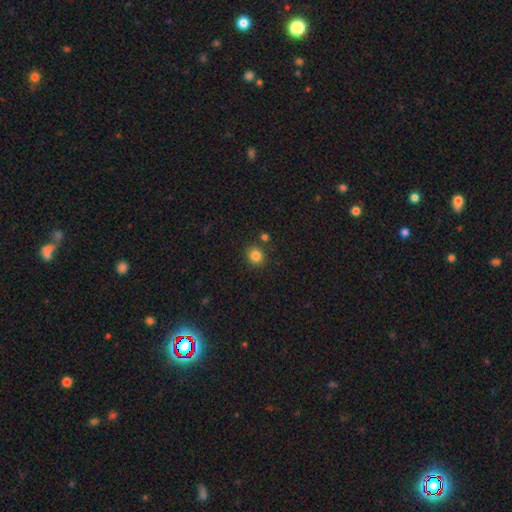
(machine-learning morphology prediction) A smooth galaxy with no disk features (84%) that is round (84%).

Vote fractions:
- Smooth or featured? smooth: 84% / star or artifact: 12% / featured or disk: 5%
- How rounded? round: 84% / in between: 15% / cigar-shaped: 1%
- Merging? none: 83% / minor disturbance: 8% / merger: 7% / major disturbance: 3%